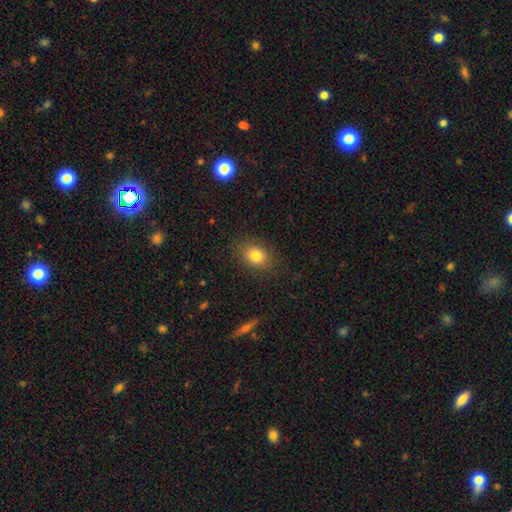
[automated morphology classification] Overall: smooth (82%). How rounded: in between (59%; round 40%). Merging: none (85%).